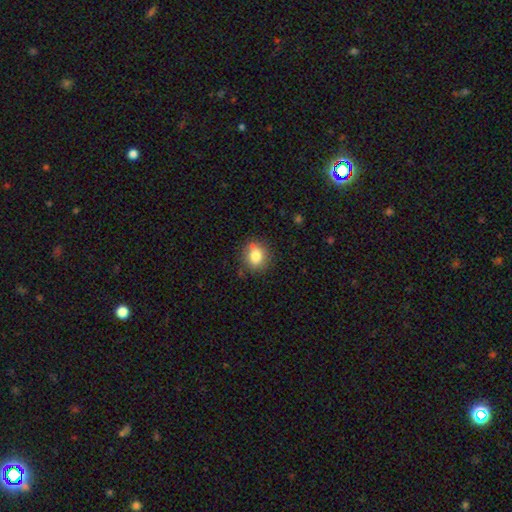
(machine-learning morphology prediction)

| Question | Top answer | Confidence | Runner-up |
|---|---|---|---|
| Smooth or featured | smooth | 80% | star or artifact (10%) |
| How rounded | round | 69% | in between (30%) |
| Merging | none | 79% | minor disturbance (14%) |